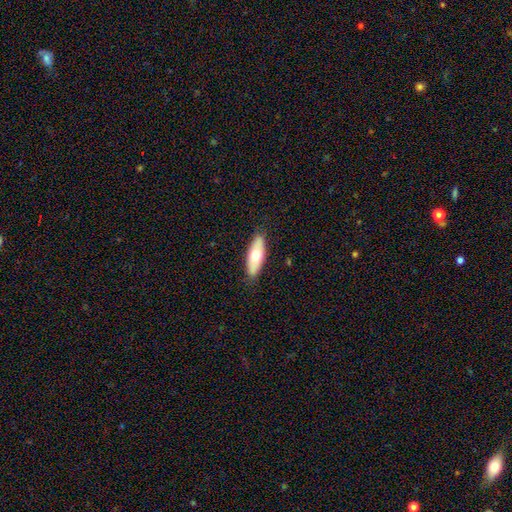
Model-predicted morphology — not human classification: The model was most divided on "smooth or featured": smooth: 63%, featured or disk: 31%, star or artifact: 6%. More confident: merging — none (87%); how rounded — in between (67%).